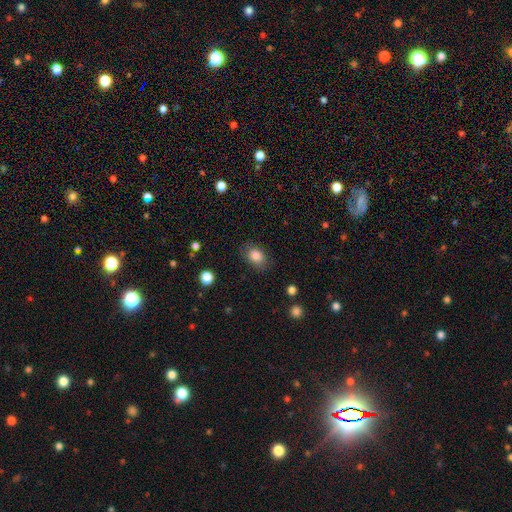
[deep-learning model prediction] This appears to be a smooth galaxy with no disk features (84%) that is in between round and cigar-shaped (75%). Merging: none (79%).